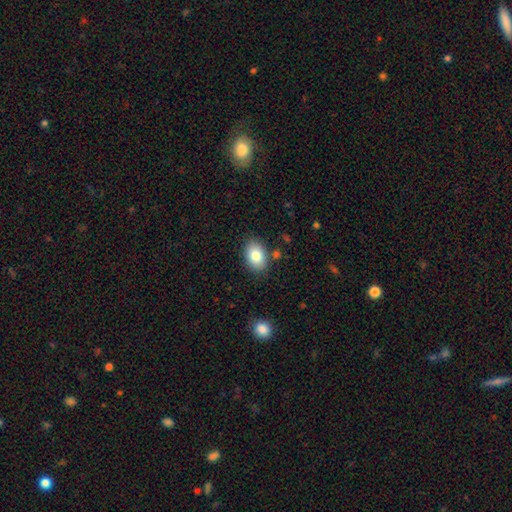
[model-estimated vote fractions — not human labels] This appears to be a smooth galaxy with no disk features (83%) that is in between round and cigar-shaped (84%). Merging: none (85%).